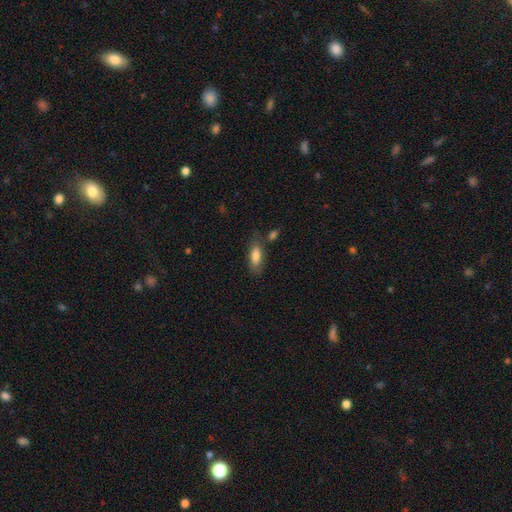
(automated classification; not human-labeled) A smooth galaxy with no disk features (79%) that is in between round and cigar-shaped (73%).

Vote fractions:
- Smooth or featured? smooth: 79% / featured or disk: 14% / star or artifact: 7%
- How rounded? in between: 73% / cigar-shaped: 25% / round: 2%
- Merging? none: 69% / minor disturbance: 17% / merger: 9% / major disturbance: 5%